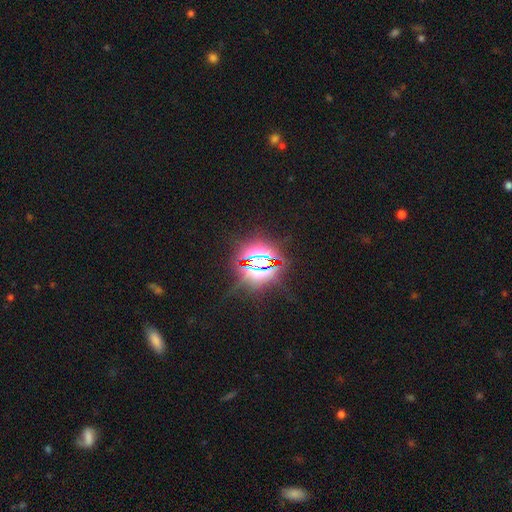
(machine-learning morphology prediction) A star or artifact, not a galaxy (81%).

Vote fractions:
- Smooth or featured? star or artifact: 81% / smooth: 10% / featured or disk: 9%